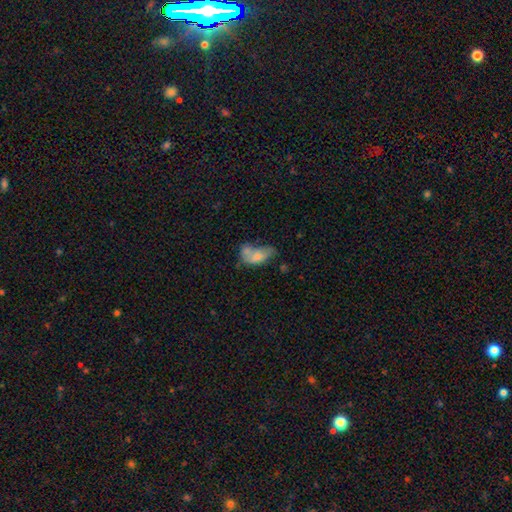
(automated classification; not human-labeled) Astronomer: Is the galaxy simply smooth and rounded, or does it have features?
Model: smooth — 66%.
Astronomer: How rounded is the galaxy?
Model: in between — 90%.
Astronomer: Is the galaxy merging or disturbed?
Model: merger — 40% (runner-up: major disturbance, 22%).